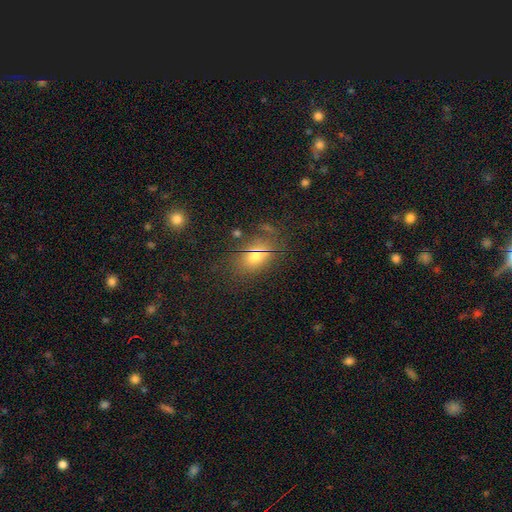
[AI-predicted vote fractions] smooth 68%, star or artifact 19%, featured or disk 13%. Down the decision tree: how rounded — in between (72%); merging — none (75%).